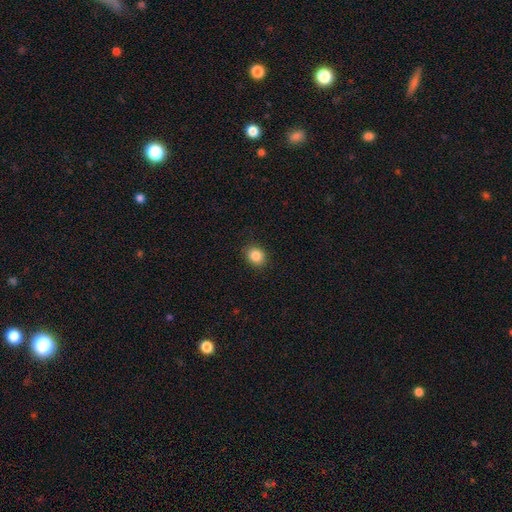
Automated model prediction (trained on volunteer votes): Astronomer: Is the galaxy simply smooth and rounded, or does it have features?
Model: smooth — 86%.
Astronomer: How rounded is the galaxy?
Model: round — 61% (runner-up: in between, 38%).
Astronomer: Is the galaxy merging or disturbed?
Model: none — 89%.